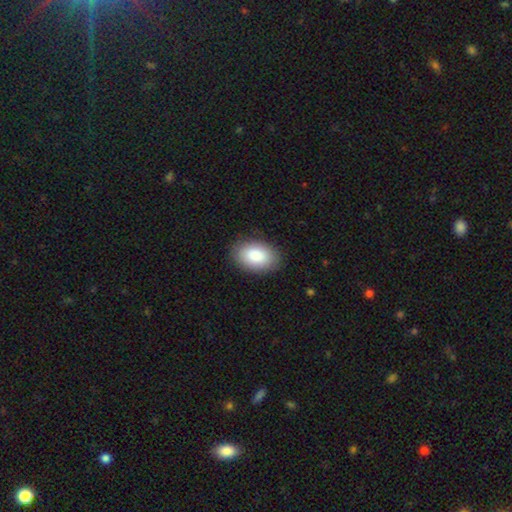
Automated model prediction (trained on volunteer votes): Q: Smooth or featured?
A: smooth (86%); runner-up: featured or disk (7%)
Q: How rounded?
A: in between (89%); runner-up: round (10%)
Q: Merging?
A: none (87%); runner-up: minor disturbance (10%)